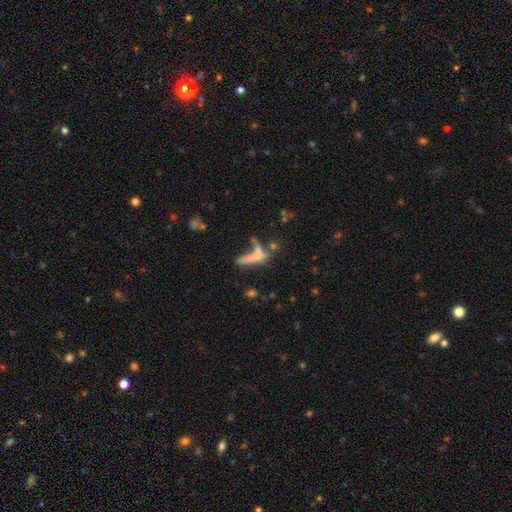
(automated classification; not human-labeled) Morphology: type=smooth (58%); roundness=cigar-shaped (74%); merging=none (36%).